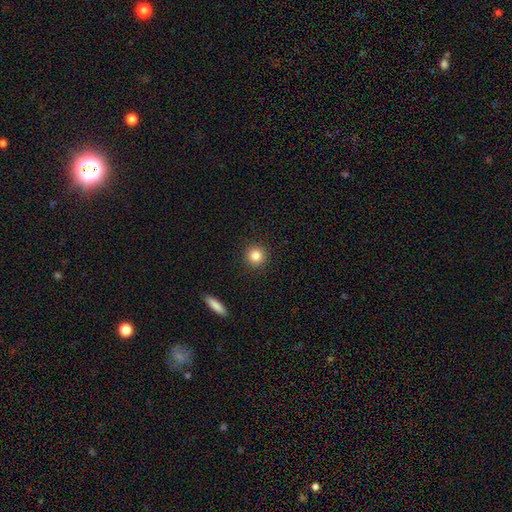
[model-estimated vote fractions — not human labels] smooth-or-featured: smooth: 83% | star or artifact: 11% | featured or disk: 7%
  how-rounded: round: 94% | in between: 5% | cigar-shaped: 1%
  merging: none: 91% | minor disturbance: 6% | major disturbance: 2% | merger: 1%